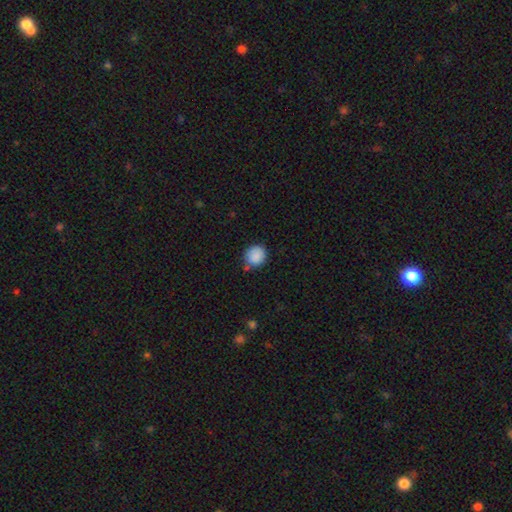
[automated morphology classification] smooth 88%, star or artifact 8%, featured or disk 4%. Down the decision tree: how rounded — round (82%); merging — none (71%).